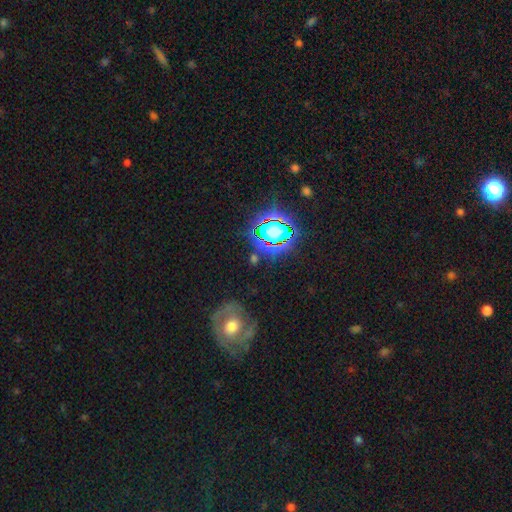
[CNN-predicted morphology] type=star or artifact (57%).